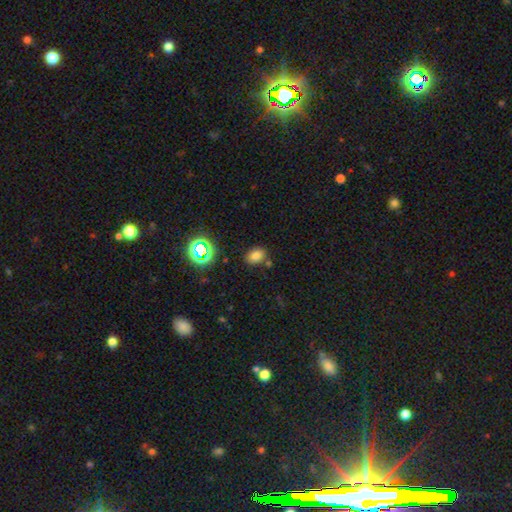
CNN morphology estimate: A smooth galaxy with no disk features (74%) that is in between round and cigar-shaped (62%). Merging: none (77%).